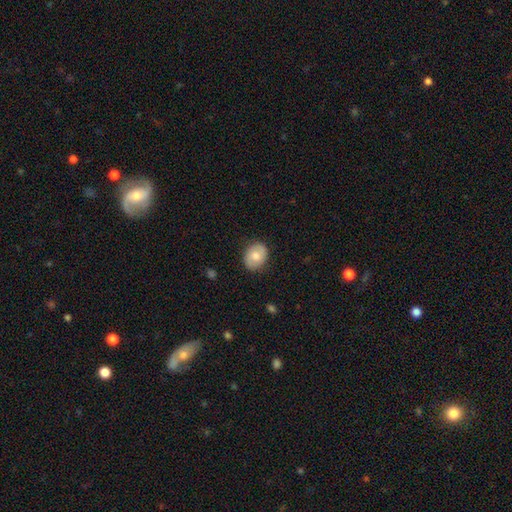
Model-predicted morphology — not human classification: smooth-or-featured: smooth: 70% | featured or disk: 23% | star or artifact: 7%
  how-rounded: in between: 50% (tied) | round: 50% (tied) | cigar-shaped: 1%
  merging: none: 85% | minor disturbance: 12% | major disturbance: 3% | merger: 1%